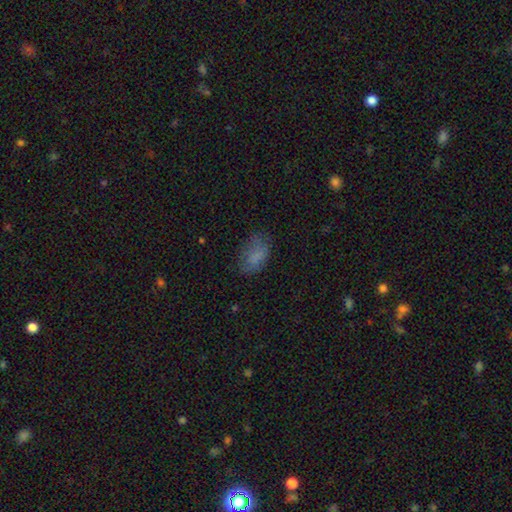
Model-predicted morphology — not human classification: The model was most divided on "merging": none: 65%, minor disturbance: 24%, major disturbance: 9%, merger: 2%. More confident: how rounded — in between (91%); smooth or featured — smooth (78%).